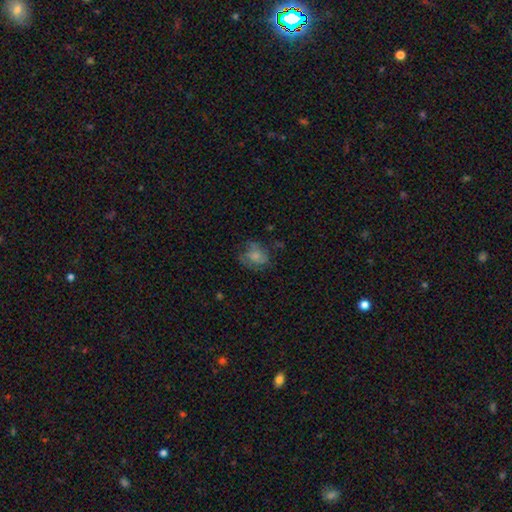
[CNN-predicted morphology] A smooth galaxy with no disk features (55%) that is in between round and cigar-shaped (53%).

Vote fractions:
- Smooth or featured? smooth: 55% / featured or disk: 34% / star or artifact: 11%
- How rounded? in between: 53% / round: 46% / cigar-shaped: 1%
- Merging? none: 51% / minor disturbance: 25% / major disturbance: 22% / merger: 2%